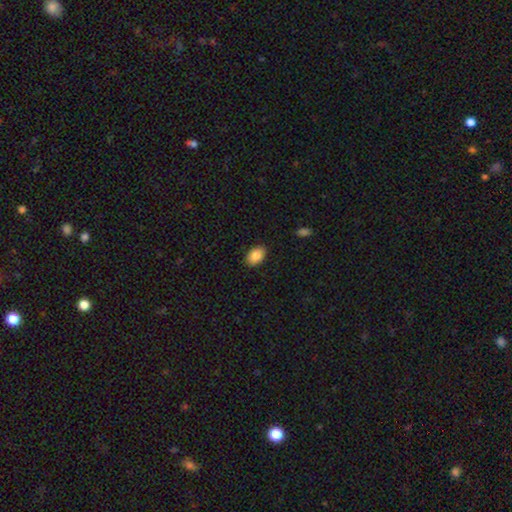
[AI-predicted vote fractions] A smooth galaxy with no disk features (87%) that is in between round and cigar-shaped (88%).

Vote fractions:
- Smooth or featured? smooth: 87% / star or artifact: 7% / featured or disk: 6%
- How rounded? in between: 88% / round: 10% / cigar-shaped: 1%
- Merging? none: 88% / minor disturbance: 9% / major disturbance: 2% / merger: 1%